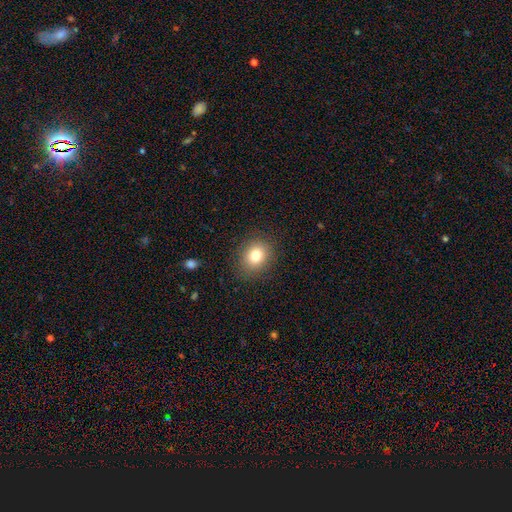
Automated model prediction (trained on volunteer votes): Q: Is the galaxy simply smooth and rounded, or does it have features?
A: smooth — 79%.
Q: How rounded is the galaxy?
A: round — 65%.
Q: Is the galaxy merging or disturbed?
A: none — 87%.